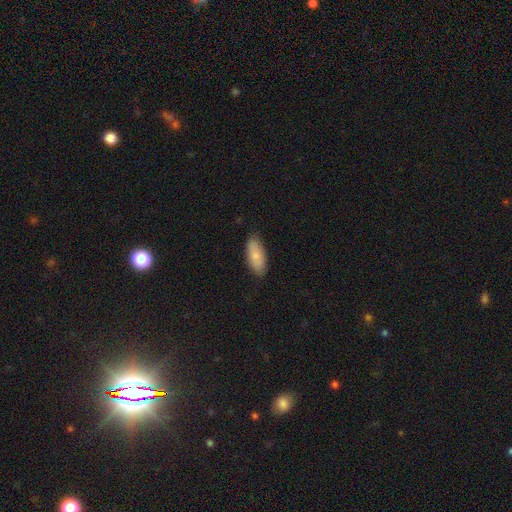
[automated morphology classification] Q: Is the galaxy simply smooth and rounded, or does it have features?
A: smooth — 81%.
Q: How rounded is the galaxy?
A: in between — 85%.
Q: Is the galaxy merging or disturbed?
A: none — 83%.